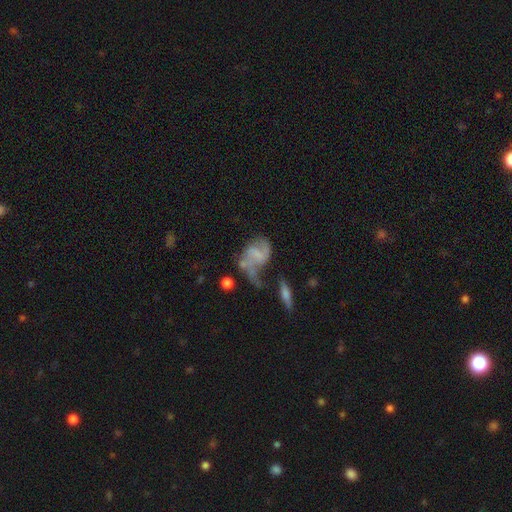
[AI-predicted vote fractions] Smooth or featured? Predicted: featured or disk (p=0.68). Edge-on disk? Predicted: no (p=0.96). Bar? Predicted: weak (p=0.40, tied with no). Spiral arms? Predicted: yes (p=0.80). Spiral winding? Predicted: loose (p=0.57). Spiral arm count? Predicted: 2 (p=0.72). Bulge size? Predicted: none (p=0.62). Merging? Predicted: major disturbance (p=0.33).